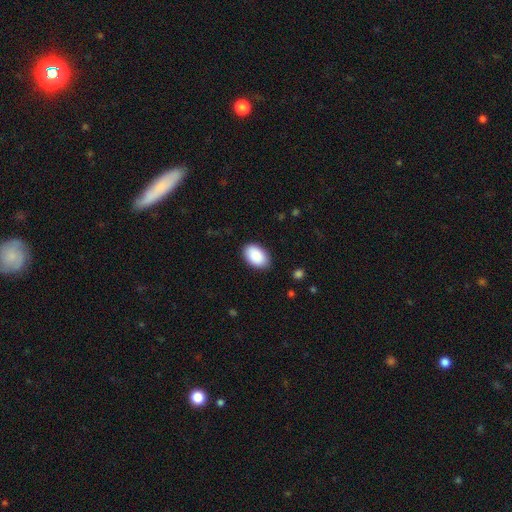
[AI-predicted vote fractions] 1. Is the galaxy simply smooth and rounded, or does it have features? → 90% smooth, 6% star or artifact, 4% featured or disk.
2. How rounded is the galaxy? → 92% in between, 7% round, 1% cigar-shaped.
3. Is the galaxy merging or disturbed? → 87% none, 10% minor disturbance, 2% major disturbance, 1% merger.